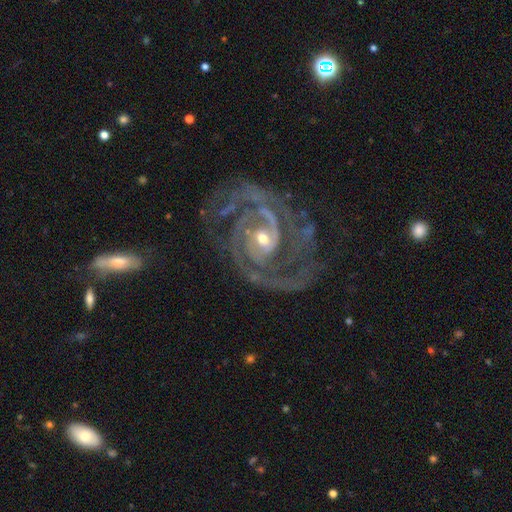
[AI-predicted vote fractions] Smooth or featured: featured or disk — 91% (star or artifact — 6%)
Edge-on disk: no — 97% (yes — 3%)
Bar: no — 43% (weak — 37%)
Spiral arms: yes — 98% (no — 2%)
Spiral winding: medium — 48% (tight — 42%)
Spiral arm count: 2 — 69% (3 — 12%)
Bulge size: small — 54% (moderate — 42%)
Merging: none — 72% (minor disturbance — 15%)